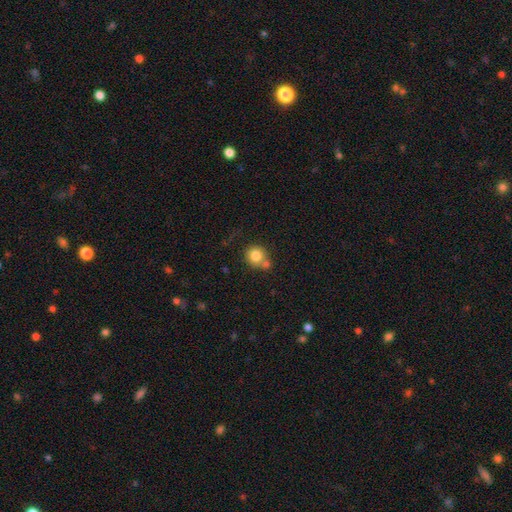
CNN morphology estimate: A smooth galaxy with no disk features (81%) that is round (89%).

Vote fractions:
- Smooth or featured? smooth: 81% / star or artifact: 10% / featured or disk: 9%
- How rounded? round: 89% / in between: 10% / cigar-shaped: 1%
- Merging? none: 57% / merger: 28% / minor disturbance: 11% / major disturbance: 4%